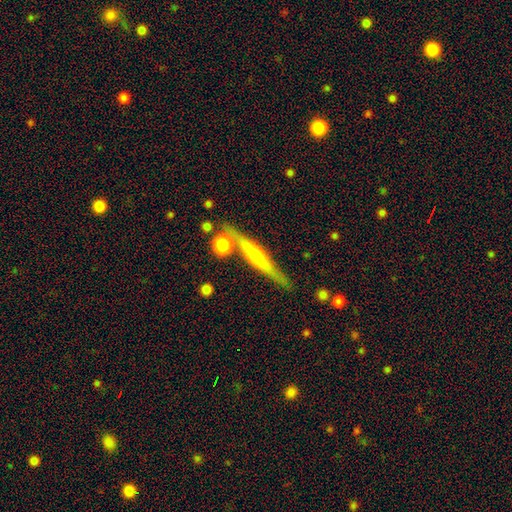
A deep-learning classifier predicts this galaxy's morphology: This appears to be a featured or disk galaxy (59%) viewed edge-on (95%) with a rounded central bulge (49%). Merging: none (76%).